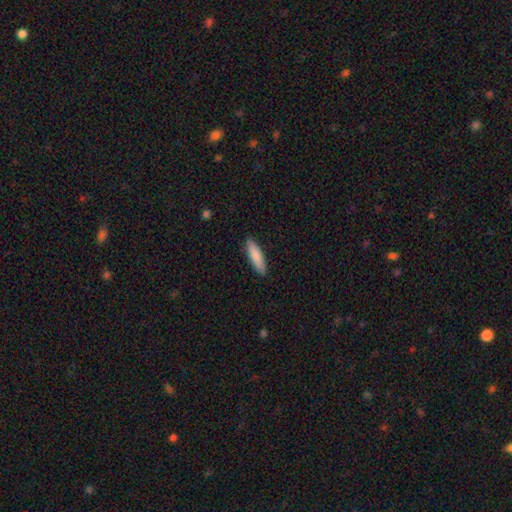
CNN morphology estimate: Q: Smooth or featured?
A: smooth (85%); runner-up: featured or disk (9%)
Q: How rounded?
A: cigar-shaped (67%); runner-up: in between (32%)
Q: Merging?
A: none (89%); runner-up: minor disturbance (9%)